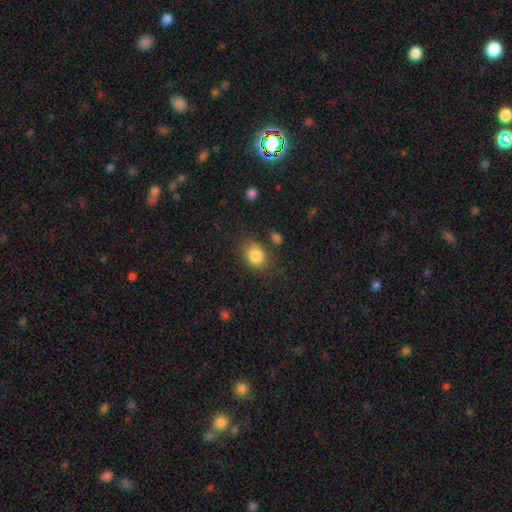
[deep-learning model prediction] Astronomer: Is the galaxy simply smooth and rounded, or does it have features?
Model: smooth — 84%.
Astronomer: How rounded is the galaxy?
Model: in between — 59% (runner-up: round, 40%).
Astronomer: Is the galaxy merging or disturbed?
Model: none — 73%.